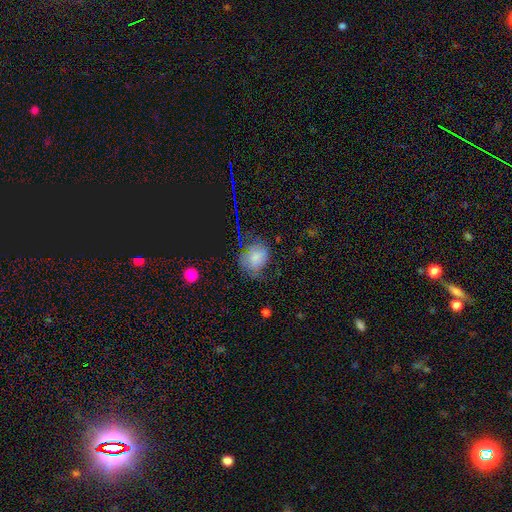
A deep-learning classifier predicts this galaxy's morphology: smooth-or-featured: smooth: 65% | star or artifact: 18% | featured or disk: 17%
  how-rounded: in between: 55% | round: 44% | cigar-shaped: 1%
  merging: none: 46% | minor disturbance: 32% | major disturbance: 19% | merger: 3%